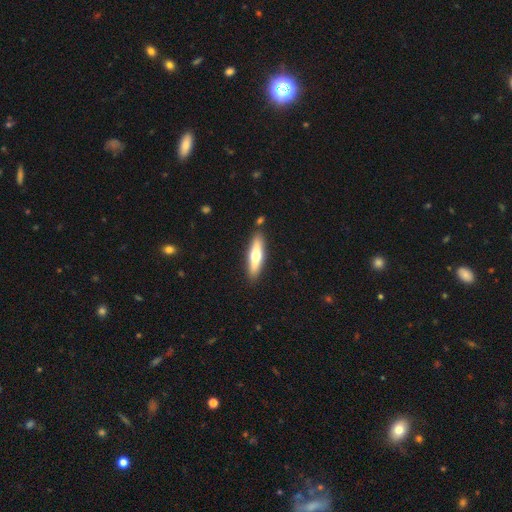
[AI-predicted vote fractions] Overall: smooth (50%; featured or disk 45%). Merging: none (86%).